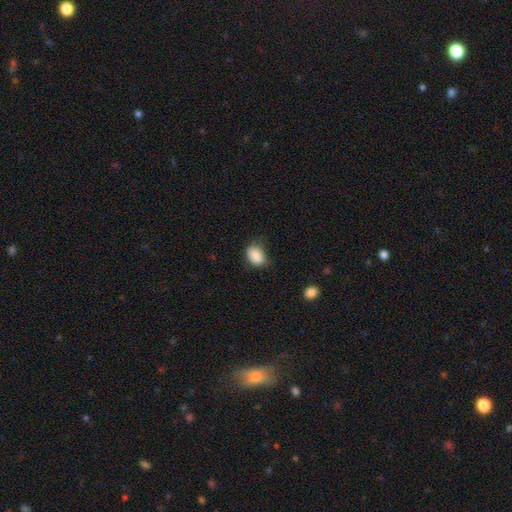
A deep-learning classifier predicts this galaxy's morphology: Smooth or featured? Predicted: smooth (p=0.85). How rounded? Predicted: in between (p=0.73). Merging? Predicted: none (p=0.59).